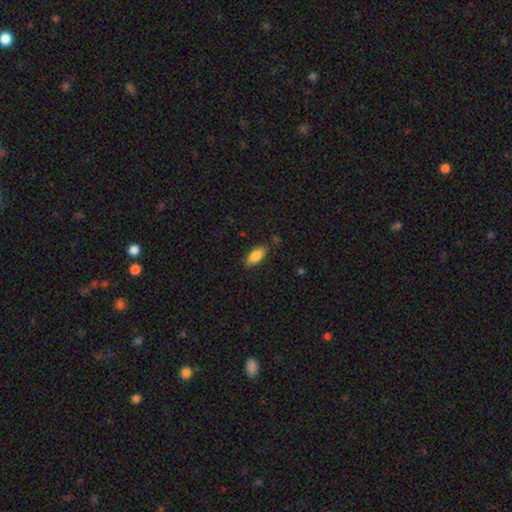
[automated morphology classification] Smooth or featured?
  - smooth: 85% *
  - featured or disk: 8%
  - star or artifact: 7%
How rounded?
  - in between: 87% *
  - cigar-shaped: 11%
  - round: 2%
Merging?
  - none: 82% *
  - minor disturbance: 13%
  - major disturbance: 3%
  - merger: 2%